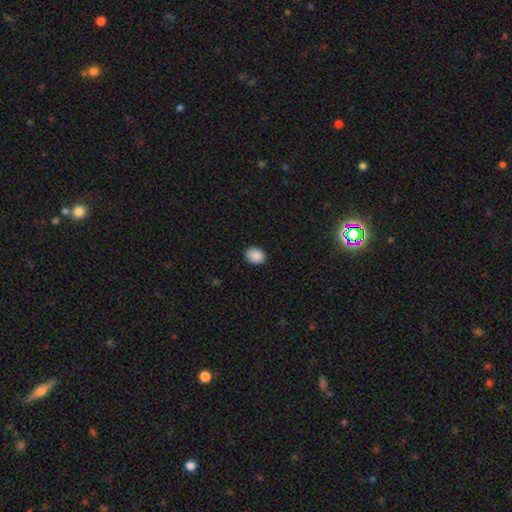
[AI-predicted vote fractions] Morphology: type=smooth (89%); roundness=in between (57%); merging=none (86%).